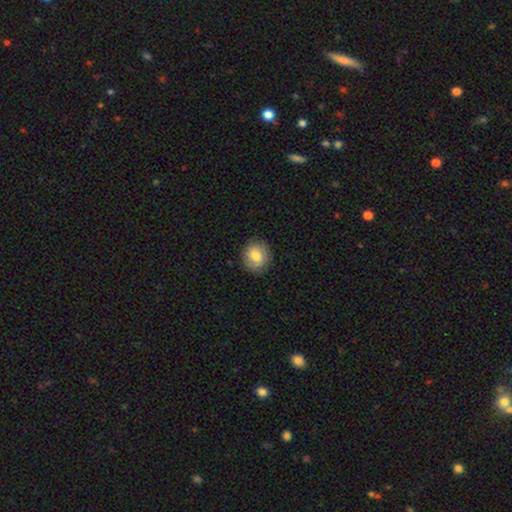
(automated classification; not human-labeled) smooth 80%, featured or disk 11%, star or artifact 8%. Down the decision tree: how rounded — round (81%); merging — none (88%).